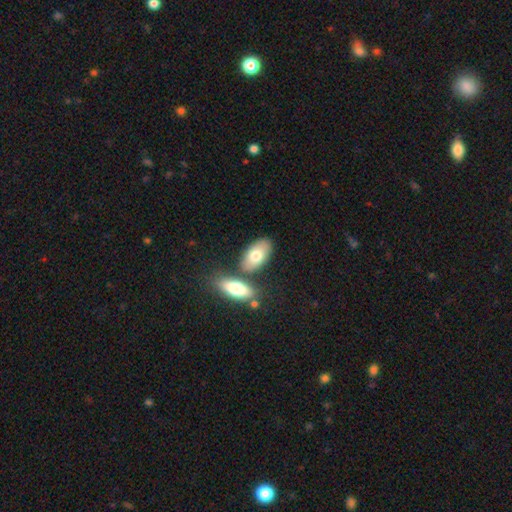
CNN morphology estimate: This appears to be a smooth galaxy with no disk features (76%) that is in between round and cigar-shaped (92%). Merging: none (66%).